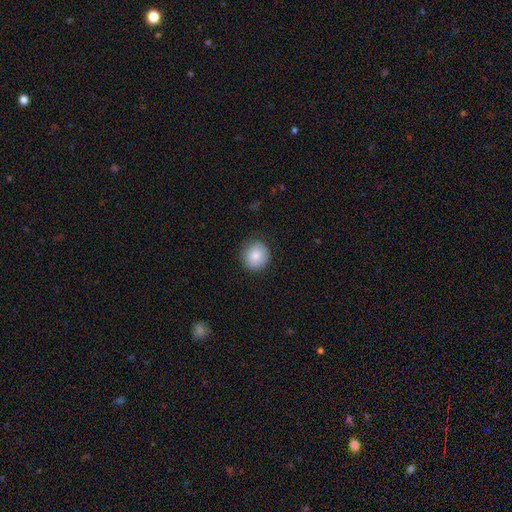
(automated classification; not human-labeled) Morphology: type=smooth (85%); roundness=round (88%); merging=none (85%).